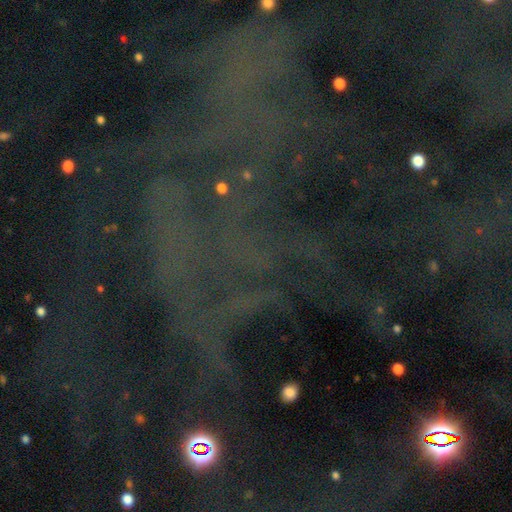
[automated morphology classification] smooth-or-featured: star or artifact: 76% | featured or disk: 14% | smooth: 10%